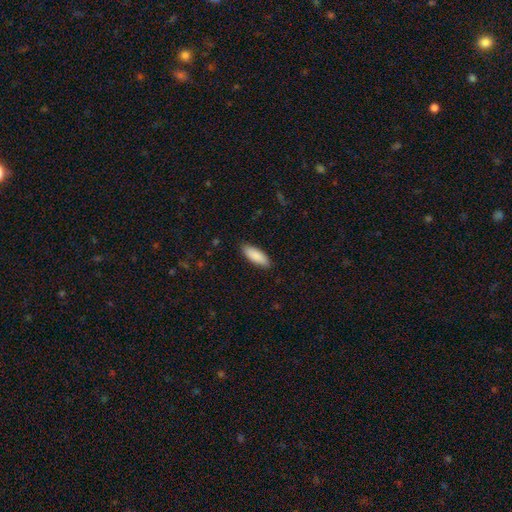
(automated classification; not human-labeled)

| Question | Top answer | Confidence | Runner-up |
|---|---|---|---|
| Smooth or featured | smooth | 90% | star or artifact (5%) |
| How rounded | in between | 70% | cigar-shaped (28%) |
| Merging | none | 88% | minor disturbance (9%) |